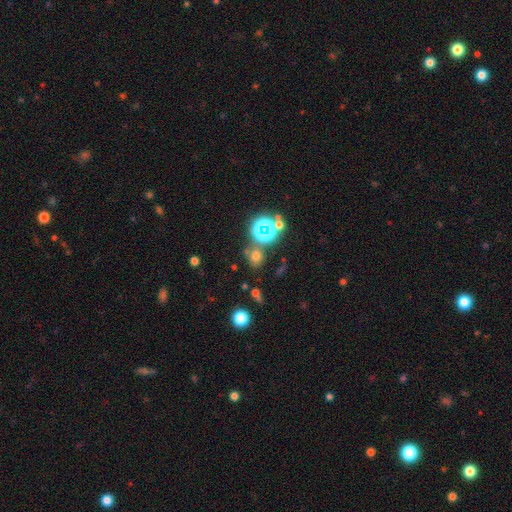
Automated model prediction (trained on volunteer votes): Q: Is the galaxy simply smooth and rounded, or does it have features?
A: smooth — 56%.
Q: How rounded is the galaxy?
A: round — 66%.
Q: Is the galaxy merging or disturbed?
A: none — 71%.